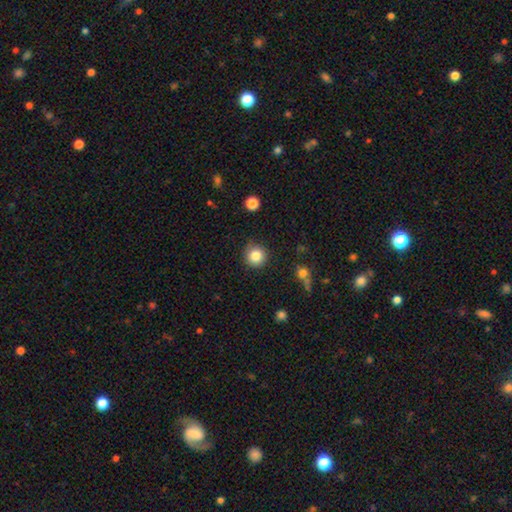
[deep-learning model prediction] A smooth galaxy with no disk features (84%) that is round (94%). Merging: none (87%).